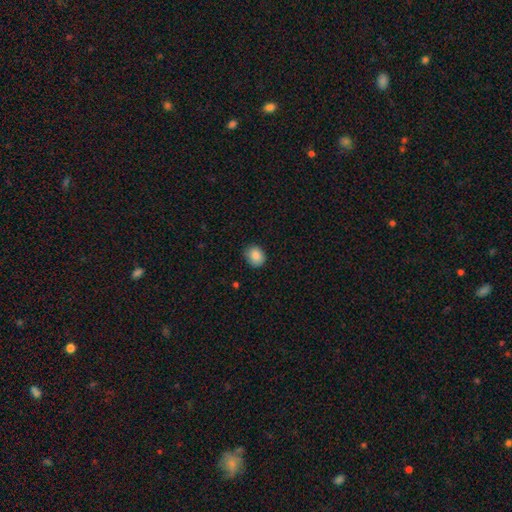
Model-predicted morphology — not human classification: A smooth galaxy with no disk features (87%) that is round (62%). Merging: none (81%).